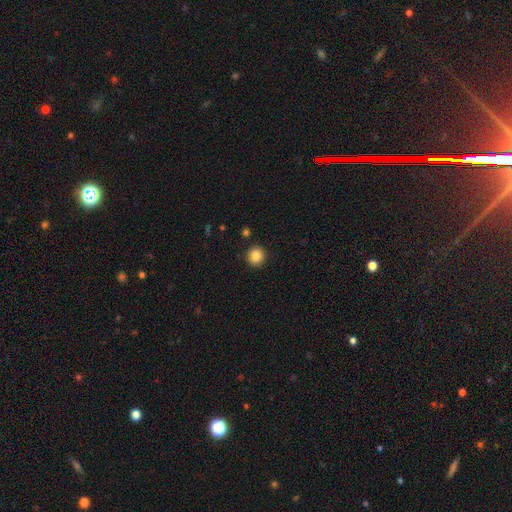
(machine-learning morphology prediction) A smooth galaxy with no disk features (85%) that is round (93%).

Vote fractions:
- Smooth or featured? smooth: 85% / star or artifact: 10% / featured or disk: 5%
- How rounded? round: 93% / in between: 6% / cigar-shaped: 1%
- Merging? none: 92% / minor disturbance: 5% / merger: 2% / major disturbance: 2%